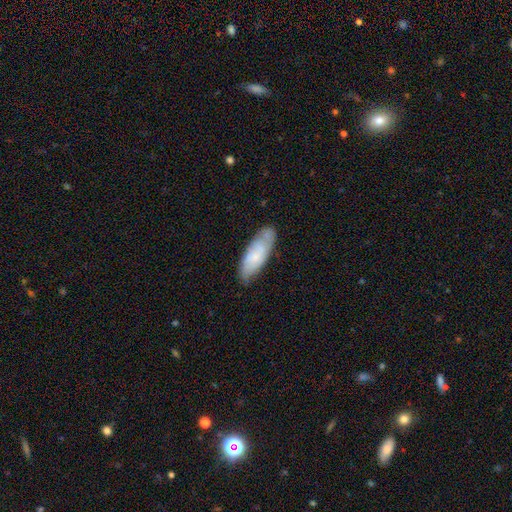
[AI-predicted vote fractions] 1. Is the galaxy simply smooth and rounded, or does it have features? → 58% smooth, 36% featured or disk, 7% star or artifact.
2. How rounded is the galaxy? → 66% in between, 32% cigar-shaped, 2% round.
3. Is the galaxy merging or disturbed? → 68% none, 23% minor disturbance, 5% major disturbance, 3% merger.